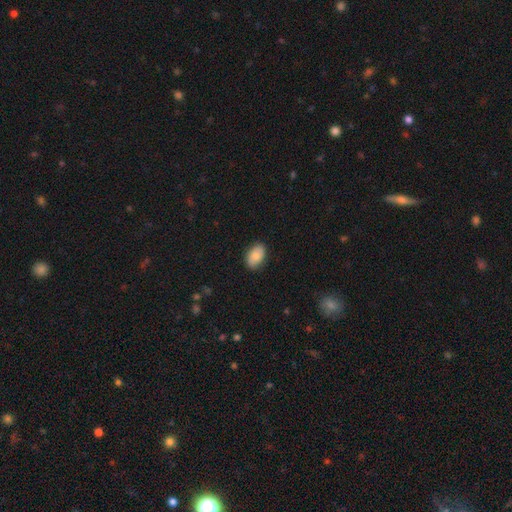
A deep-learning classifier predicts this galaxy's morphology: Q: Smooth or featured?
A: smooth (83%); runner-up: featured or disk (11%)
Q: How rounded?
A: in between (91%); runner-up: round (8%)
Q: Merging?
A: none (85%); runner-up: minor disturbance (12%)